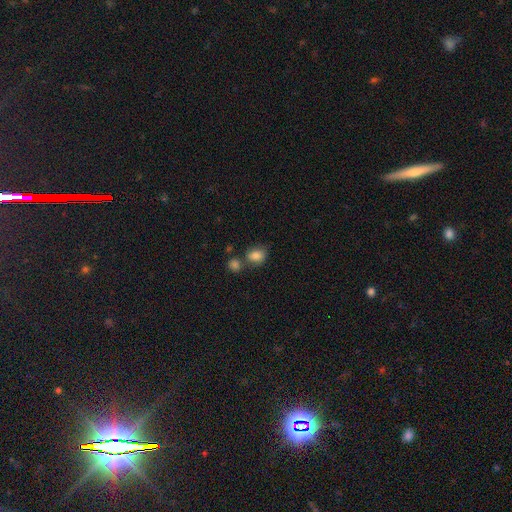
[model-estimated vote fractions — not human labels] Smooth or featured?
  - smooth: 82% *
  - star or artifact: 10%
  - featured or disk: 8%
How rounded?
  - in between: 60% *
  - round: 38%
  - cigar-shaped: 1%
Merging?
  - none: 53% *
  - merger: 26%
  - minor disturbance: 16%
  - major disturbance: 5%